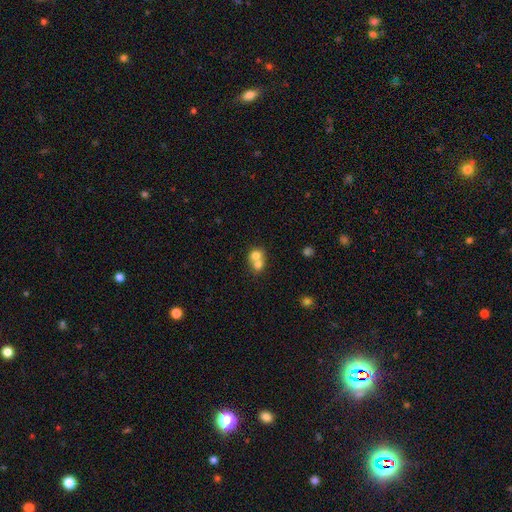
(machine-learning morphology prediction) Smooth or featured? Predicted: smooth (p=0.72). How rounded? Predicted: round (p=0.69). Merging? Predicted: merger (p=0.69).